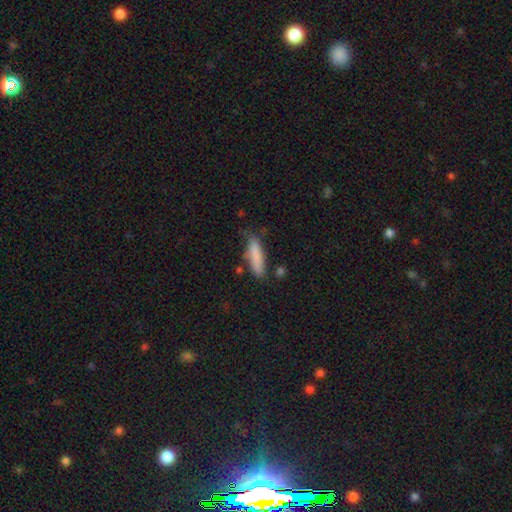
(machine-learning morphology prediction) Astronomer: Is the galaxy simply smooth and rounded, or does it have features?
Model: smooth — 83%.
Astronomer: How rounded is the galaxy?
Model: cigar-shaped — 69%.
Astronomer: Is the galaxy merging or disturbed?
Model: none — 66%.